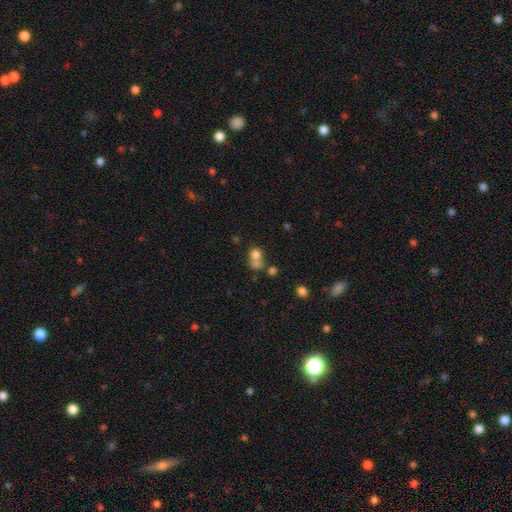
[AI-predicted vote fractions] Overall: smooth (73%). How rounded: round (73%). Merging: merger (53%; none 33%).